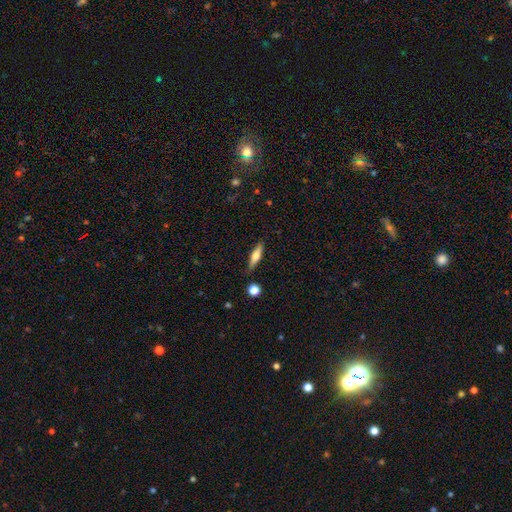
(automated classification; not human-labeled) A smooth galaxy with no disk features (52%) that is cigar-shaped (70%). Merging: none (85%).